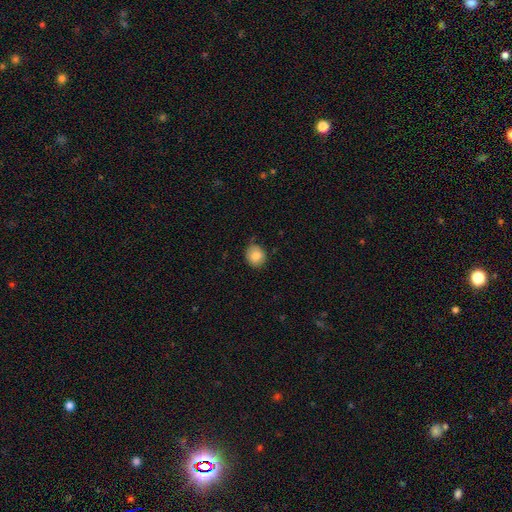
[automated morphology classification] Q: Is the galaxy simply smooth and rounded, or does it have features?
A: smooth — 83%.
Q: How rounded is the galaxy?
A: round — 77%.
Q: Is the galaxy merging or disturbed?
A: none — 76%.